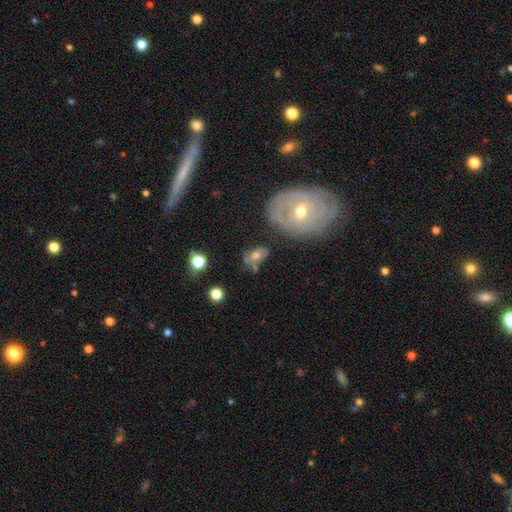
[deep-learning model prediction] The model was most divided on "smooth or featured": smooth: 50%, featured or disk: 38%, star or artifact: 12%. More confident: how rounded — in between (72%); merging — none (56%).